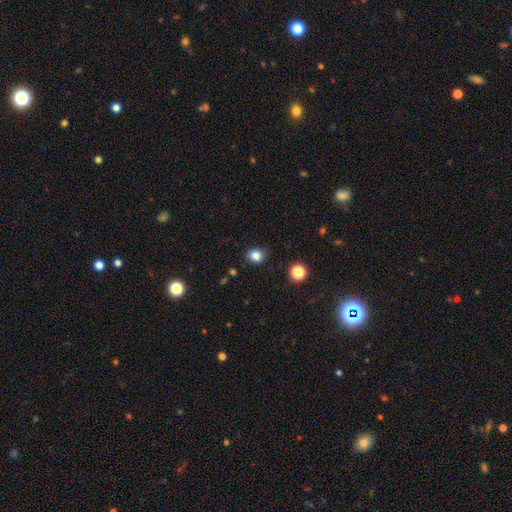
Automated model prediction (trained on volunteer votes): Overall: smooth (84%). How rounded: round (73%). Merging: none (87%).